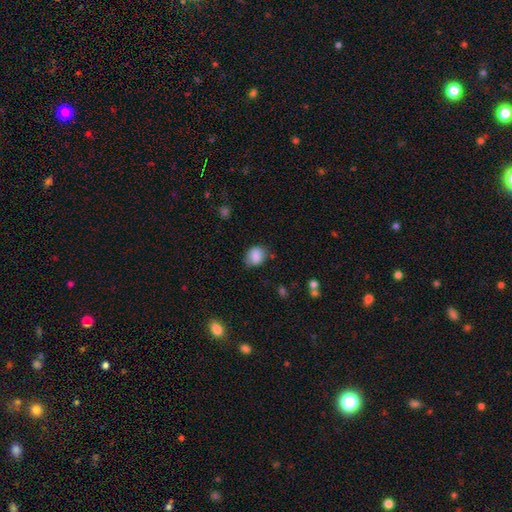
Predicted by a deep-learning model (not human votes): A smooth galaxy with no disk features (80%) that is in between round and cigar-shaped (56%). Merging: none (71%).